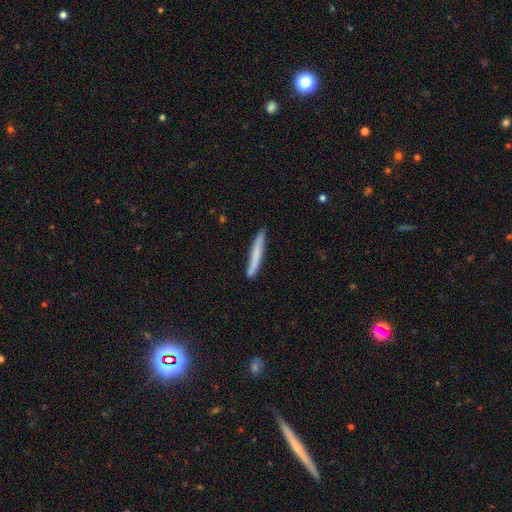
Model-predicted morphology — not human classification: A smooth galaxy with no disk features (69%) that is cigar-shaped (96%).

Vote fractions:
- Smooth or featured? smooth: 69% / featured or disk: 26% / star or artifact: 6%
- How rounded? cigar-shaped: 96% / in between: 2% / round: 1%
- Merging? none: 86% / minor disturbance: 10% / merger: 2% / major disturbance: 2%